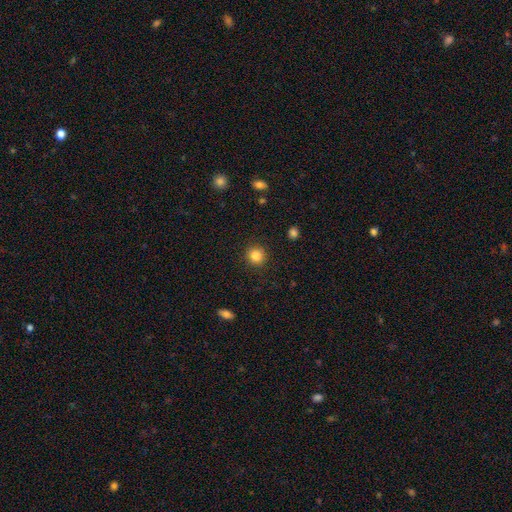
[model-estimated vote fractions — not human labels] Morphology: type=smooth (85%); roundness=round (91%); merging=none (90%).